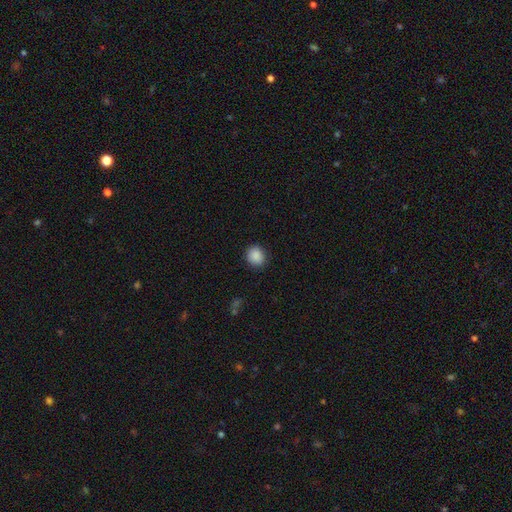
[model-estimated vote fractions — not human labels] Morphology: type=smooth (88%); roundness=round (76%); merging=none (87%).